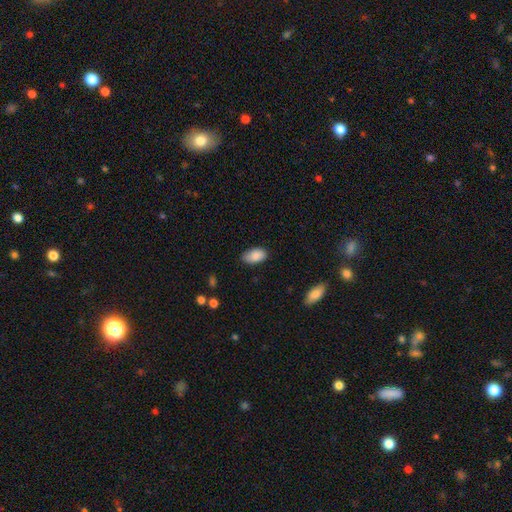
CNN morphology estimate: Q: Smooth or featured?
A: smooth (88%); runner-up: star or artifact (7%)
Q: How rounded?
A: in between (94%); runner-up: round (4%)
Q: Merging?
A: none (77%); runner-up: minor disturbance (18%)